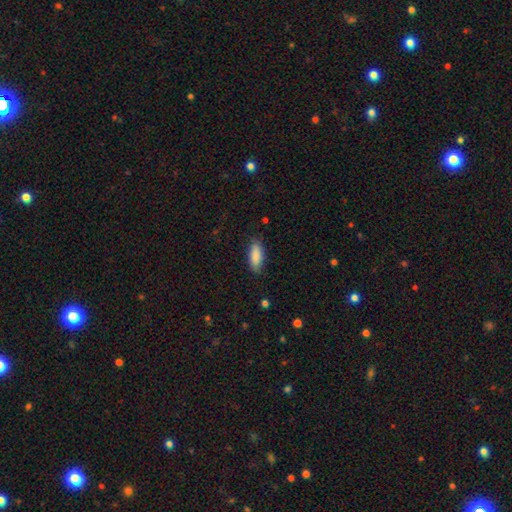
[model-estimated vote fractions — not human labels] A smooth galaxy with no disk features (87%) that is in between round and cigar-shaped (74%). Merging: none (84%).